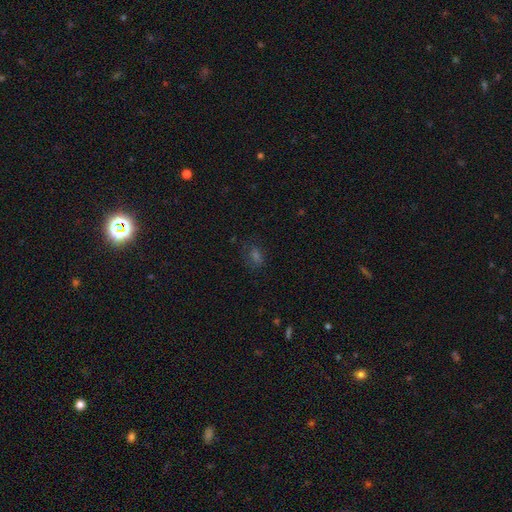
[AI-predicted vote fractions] smooth_or_featured: smooth (p=0.52) [alt: star or artifact p=0.35]
how_rounded: in between (p=0.67) [alt: round p=0.30]
merging: none (p=0.74) [alt: minor disturbance p=0.15]